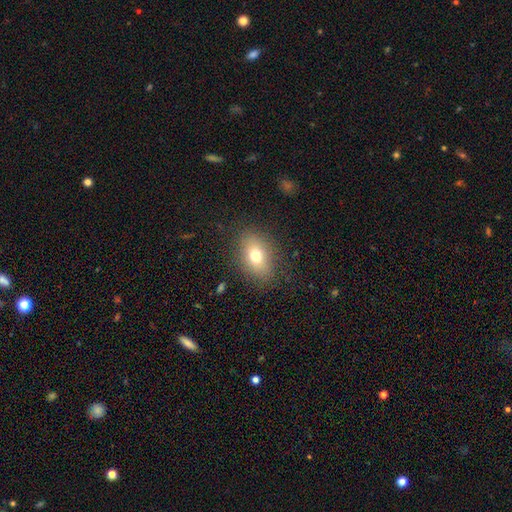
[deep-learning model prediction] Q: Smooth or featured?
A: smooth (73%); runner-up: featured or disk (16%)
Q: How rounded?
A: in between (79%); runner-up: round (19%)
Q: Merging?
A: none (83%); runner-up: minor disturbance (11%)